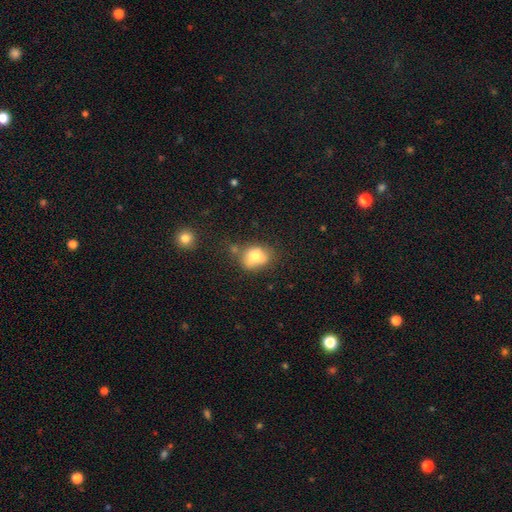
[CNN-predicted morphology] Smooth or featured? smooth (75%)
How rounded? round (49%, tied with in between)
Merging? none (50%)